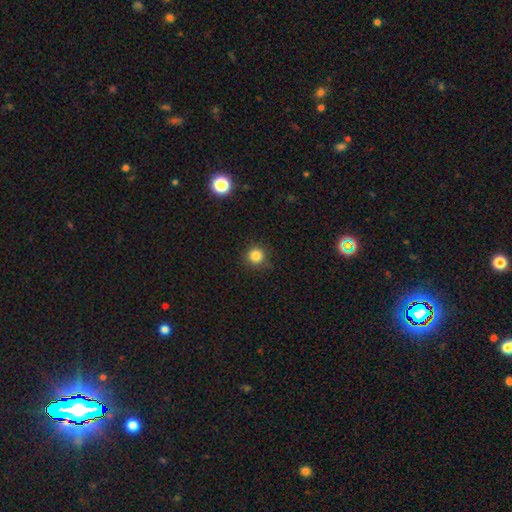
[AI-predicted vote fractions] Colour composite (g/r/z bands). It shows a smooth galaxy with no disk features (83%) that is round (94%). Merging: none (85%).